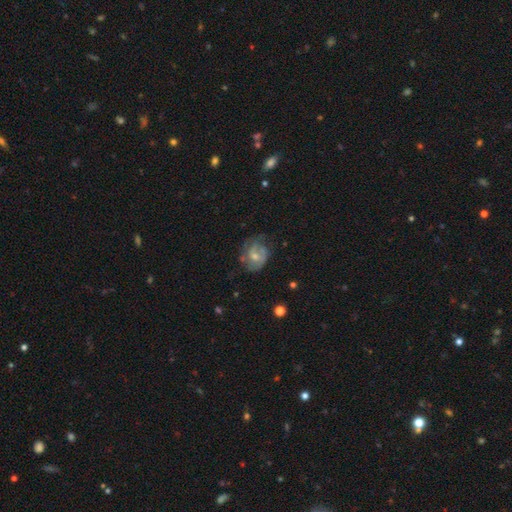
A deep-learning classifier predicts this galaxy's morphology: smooth_or_featured: featured or disk (p=0.62) [alt: smooth p=0.30]
disk_edge_on: no (p=0.98) [alt: yes p=0.02]
bar: no (p=0.65) [alt: weak p=0.31]
has_spiral_arms: yes (p=0.68) [alt: no p=0.32]
bulge_size: small (p=0.48) [alt: moderate p=0.44]
merging: none (p=0.48) [alt: minor disturbance p=0.28]